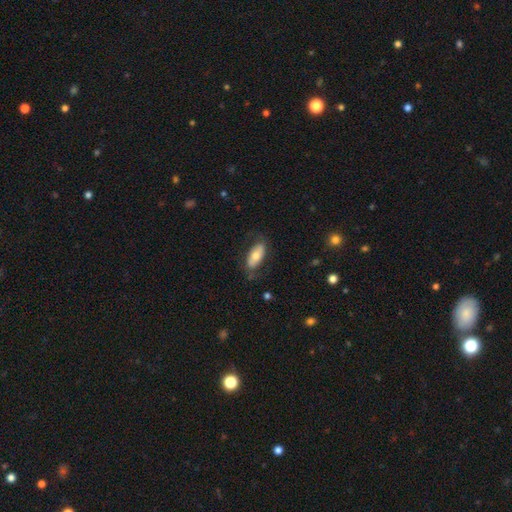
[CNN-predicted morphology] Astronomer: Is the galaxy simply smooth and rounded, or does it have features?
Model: smooth — 66%.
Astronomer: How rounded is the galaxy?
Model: in between — 84%.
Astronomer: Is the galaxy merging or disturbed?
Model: none — 71%.